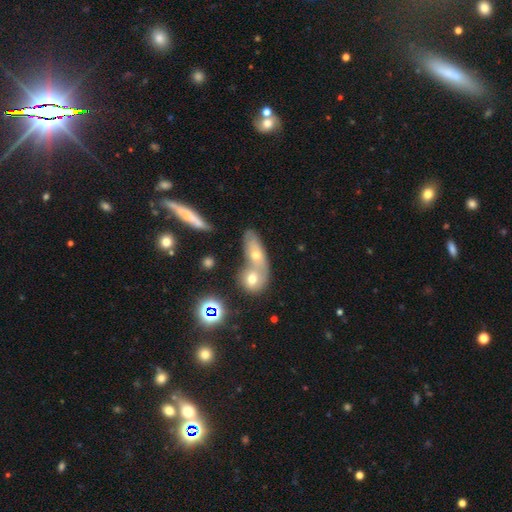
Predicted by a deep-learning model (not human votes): smooth_or_featured: smooth (p=0.44) [alt: featured or disk p=0.38]
merging: merger (p=0.50) [alt: none p=0.35]